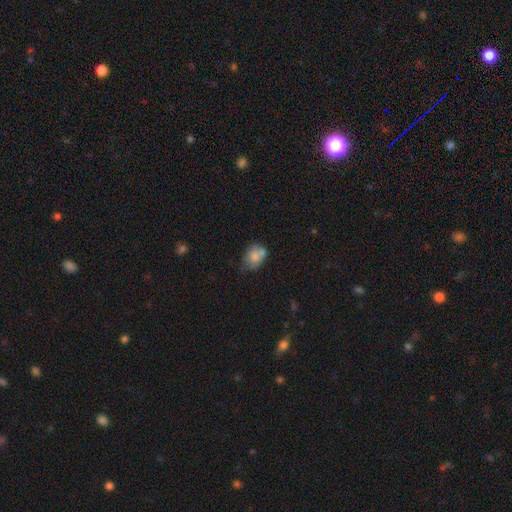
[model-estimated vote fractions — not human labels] Morphology: type=smooth (73%); roundness=in between (63%); merging=none (41%).